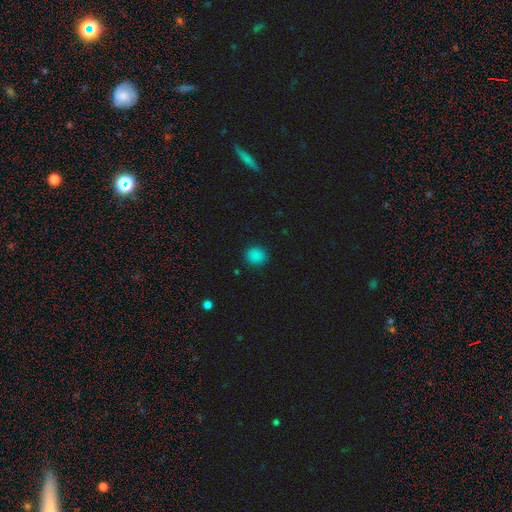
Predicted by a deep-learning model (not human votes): smooth 85%, star or artifact 12%, featured or disk 3%. Down the decision tree: how rounded — round (80%); merging — none (88%).